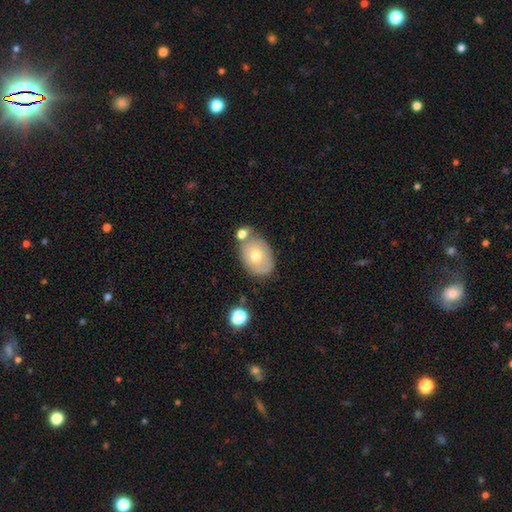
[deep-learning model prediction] smooth-or-featured: smooth: 65% | featured or disk: 28% | star or artifact: 8%
  how-rounded: in between: 77% | round: 22% | cigar-shaped: 1%
  merging: none: 59% | minor disturbance: 19% | merger: 17% | major disturbance: 5%